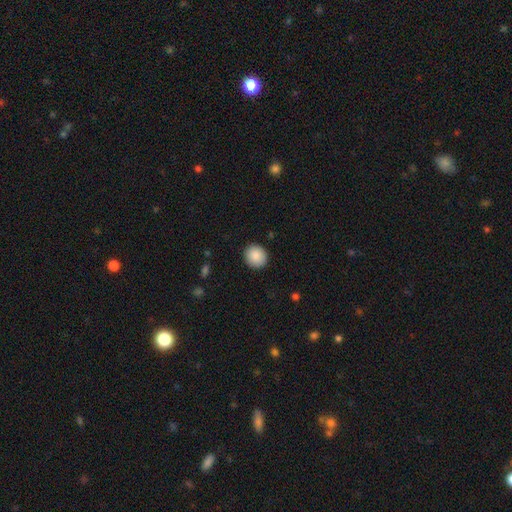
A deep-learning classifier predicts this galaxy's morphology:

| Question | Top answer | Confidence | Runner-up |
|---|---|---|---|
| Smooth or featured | smooth | 89% | star or artifact (7%) |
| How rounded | round | 81% | in between (18%) |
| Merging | none | 90% | minor disturbance (7%) |